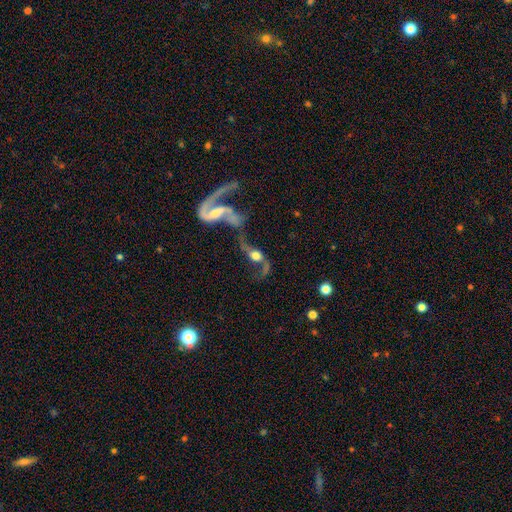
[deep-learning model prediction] featured or disk 76%, smooth 16%, star or artifact 9%. Down the decision tree: edge-on disk — no (88%); bar — no (56%); spiral arms — yes (86%); spiral arm count — 2 (84%); spiral winding — loose (84%); bulge size — moderate (44%); merging — merger (57%).